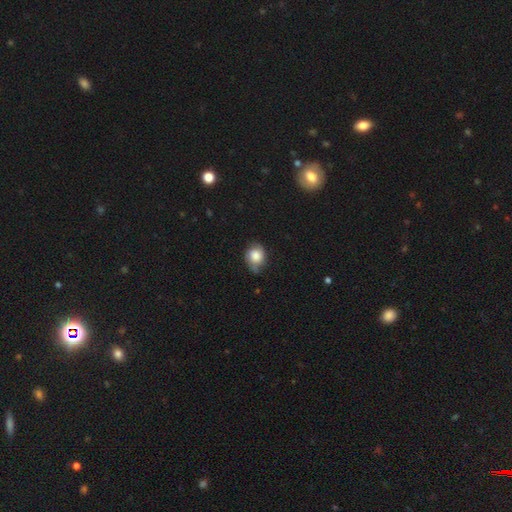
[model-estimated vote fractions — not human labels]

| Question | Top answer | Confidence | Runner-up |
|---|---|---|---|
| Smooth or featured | smooth | 78% | featured or disk (14%) |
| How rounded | round | 64% | in between (35%) |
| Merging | none | 52% | minor disturbance (37%) |